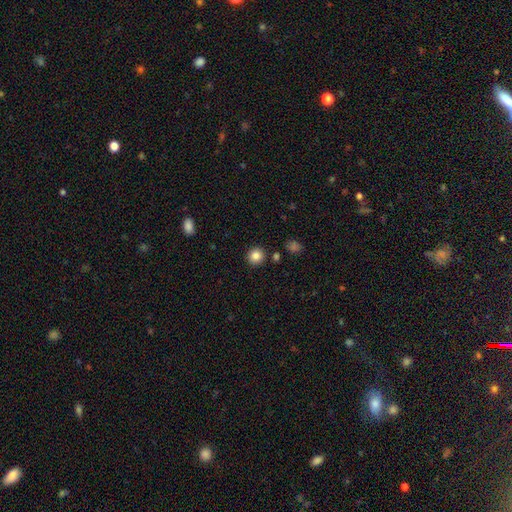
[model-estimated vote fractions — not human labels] smooth-or-featured: smooth: 85% | star or artifact: 10% | featured or disk: 4%
  how-rounded: round: 91% | in between: 8% | cigar-shaped: 1%
  merging: none: 89% | minor disturbance: 6% | merger: 3% | major disturbance: 2%